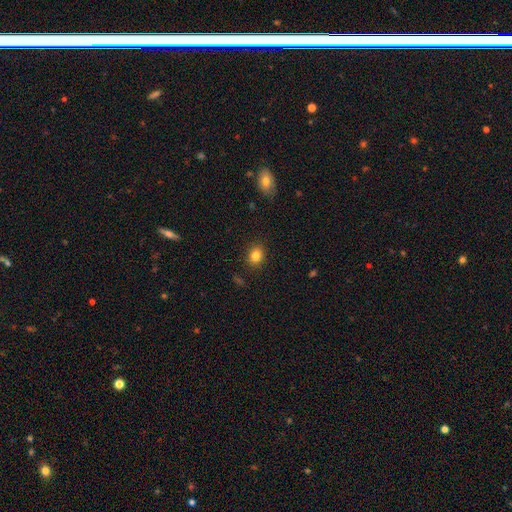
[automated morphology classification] This is clearly a smooth galaxy (83%). How rounded: possibly round (55%). Merging: clearly none (88%).